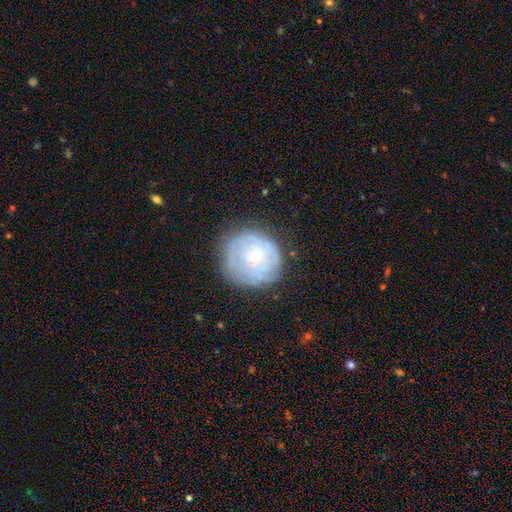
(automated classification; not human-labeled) The model was most divided on "smooth or featured": featured or disk: 59%, smooth: 33%, star or artifact: 8%. More confident: edge-on disk — no (97%); bar — no (79%); merging — none (74%); spiral arms — yes (72%); bulge size — small (71%).